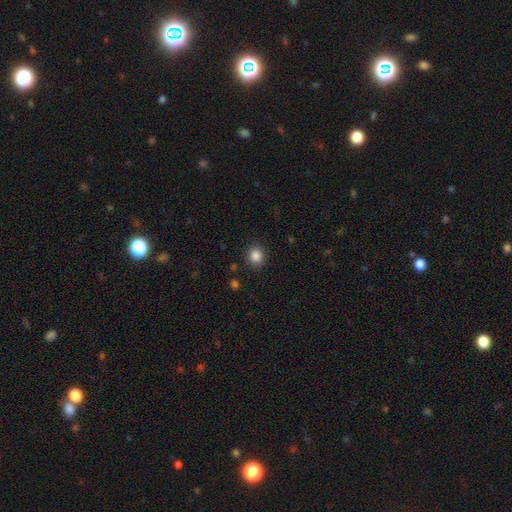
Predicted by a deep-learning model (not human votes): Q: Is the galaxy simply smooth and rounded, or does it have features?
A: smooth — 85%.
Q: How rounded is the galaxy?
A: round — 87%.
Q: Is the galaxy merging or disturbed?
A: none — 89%.